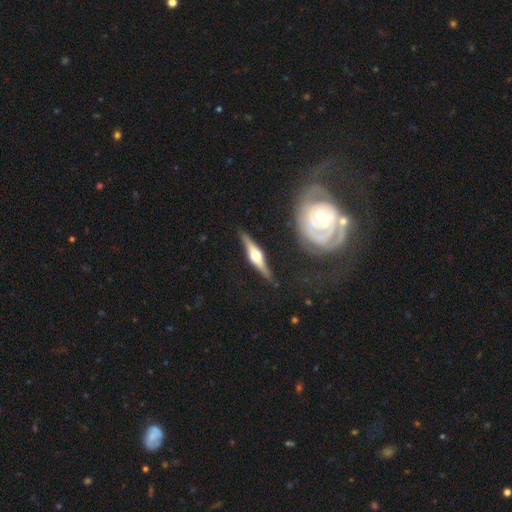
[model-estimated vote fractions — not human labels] Overall: featured or disk (79%). Edge-on disk: yes (96%). Edge-on bulge: rounded (94%). Merging: none (84%).